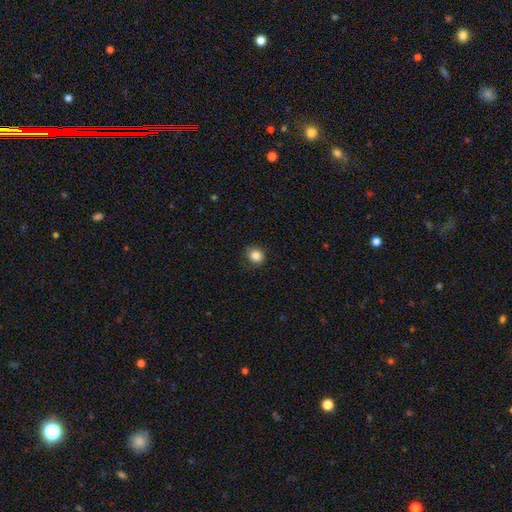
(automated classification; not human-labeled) smooth-or-featured: smooth: 86% | star or artifact: 10% | featured or disk: 4%
  how-rounded: round: 70% | in between: 29% | cigar-shaped: 1%
  merging: none: 86% | minor disturbance: 10% | major disturbance: 3% | merger: 1%